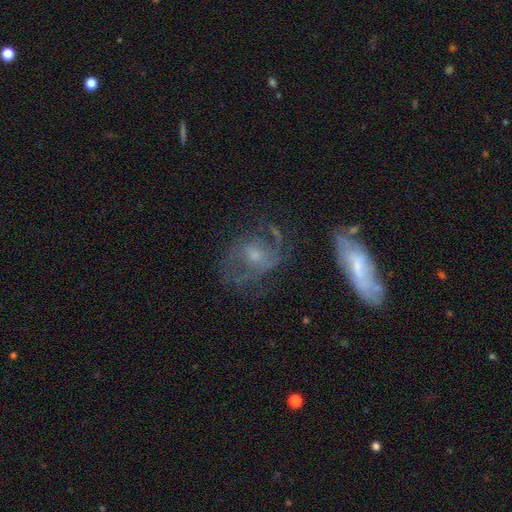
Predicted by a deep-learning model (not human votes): Smooth or featured? Predicted: featured or disk (p=0.70). Edge-on disk? Predicted: no (p=0.96). Bar? Predicted: no (p=0.66). Spiral arms? Predicted: yes (p=0.76). Spiral winding? Predicted: medium (p=0.44). Spiral arm count? Predicted: 2 (p=0.42). Bulge size? Predicted: moderate (p=0.43). Merging? Predicted: none (p=0.50).